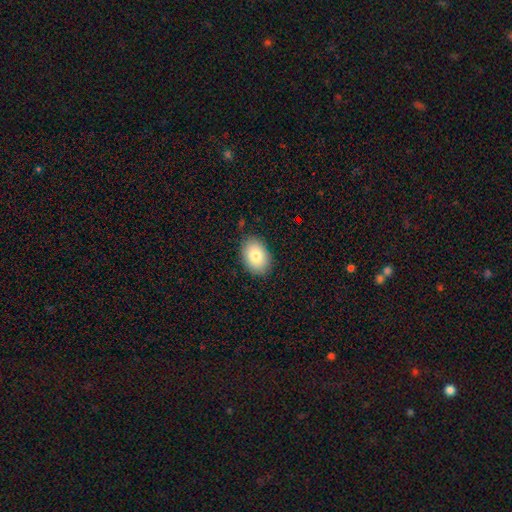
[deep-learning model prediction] Smooth or featured? smooth (82%)
How rounded? in between (83%)
Merging? none (85%)